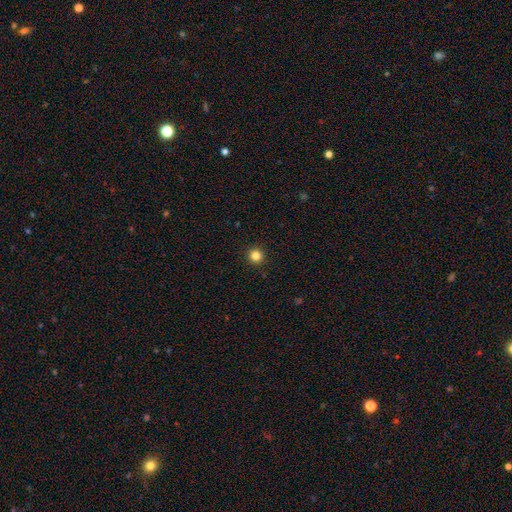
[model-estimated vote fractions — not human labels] Overall: smooth (83%). How rounded: round (96%). Merging: none (94%).